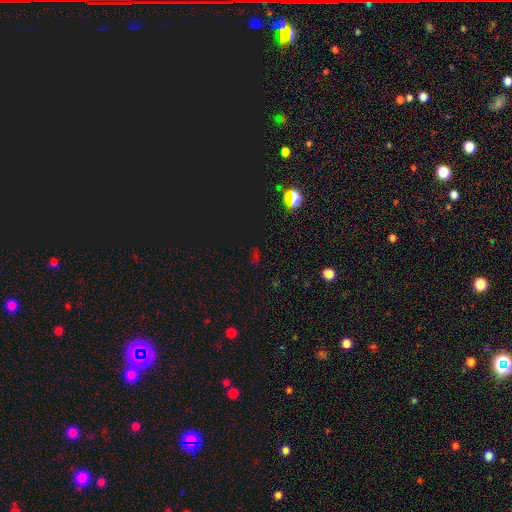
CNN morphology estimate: Smooth or featured?
  - star or artifact: 68% *
  - smooth: 24%
  - featured or disk: 8%